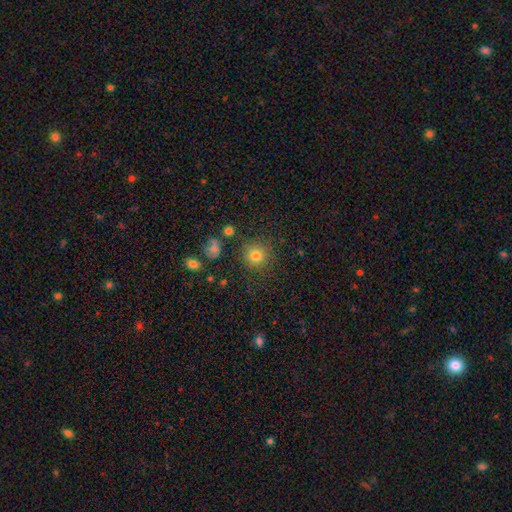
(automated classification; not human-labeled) smooth_or_featured: smooth (p=0.79) [alt: star or artifact p=0.14]
how_rounded: round (p=0.93) [alt: in between p=0.06]
merging: none (p=0.85) [alt: minor disturbance p=0.09]